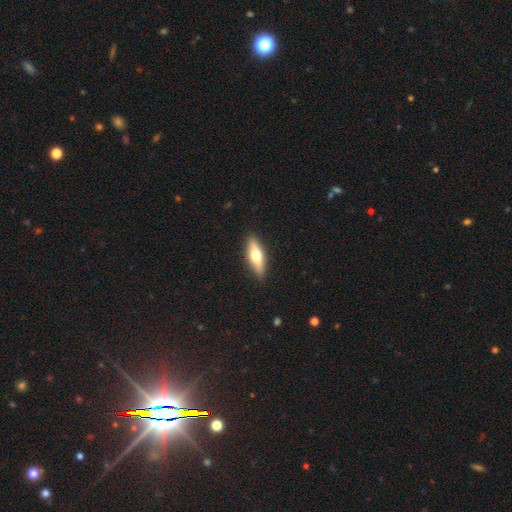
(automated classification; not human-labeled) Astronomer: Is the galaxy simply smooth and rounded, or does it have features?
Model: smooth — 56% (runner-up: featured or disk, 38%).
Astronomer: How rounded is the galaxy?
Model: in between — 51% (runner-up: cigar-shaped, 46%).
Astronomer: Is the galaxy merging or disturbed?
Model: none — 88%.